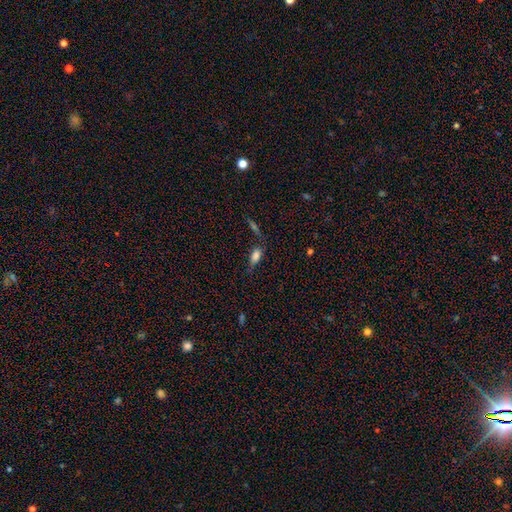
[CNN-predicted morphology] Smooth or featured? Predicted: smooth (p=0.76). How rounded? Predicted: in between (p=0.80). Merging? Predicted: none (p=0.56).